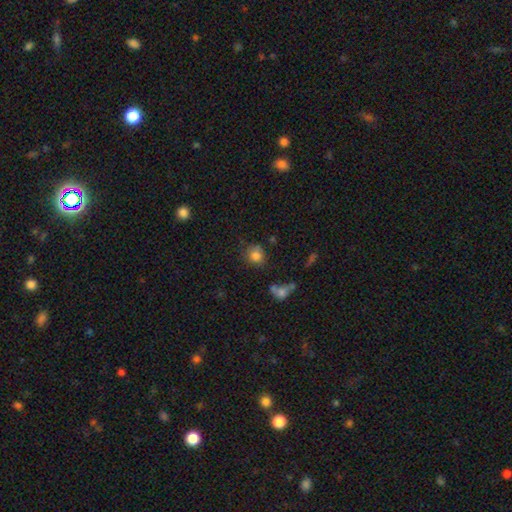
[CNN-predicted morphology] Smooth or featured?
  - smooth: 81% *
  - star or artifact: 12%
  - featured or disk: 8%
How rounded?
  - round: 79% *
  - in between: 20%
  - cigar-shaped: 1%
Merging?
  - none: 69% *
  - minor disturbance: 17%
  - merger: 7%
  - major disturbance: 6%